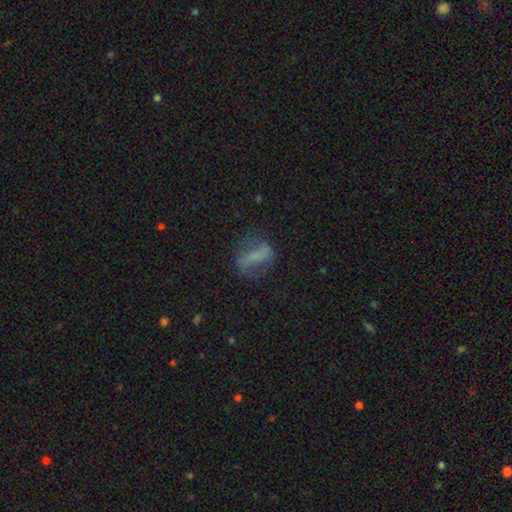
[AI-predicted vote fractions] Smooth or featured: smooth — 47% (featured or disk — 41%)
Merging: none — 59% (minor disturbance — 21%)